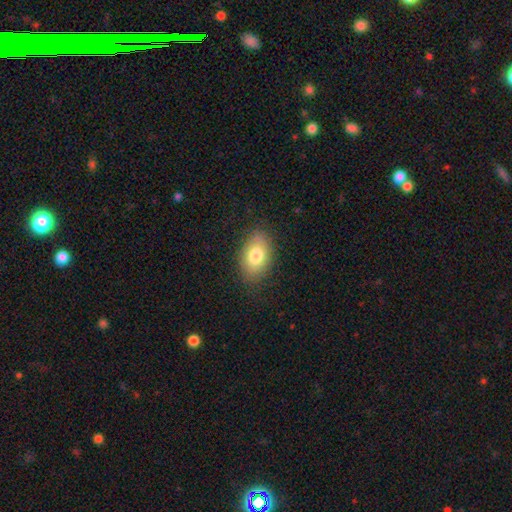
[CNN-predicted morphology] smooth_or_featured: smooth (p=0.79) [alt: featured or disk p=0.13]
how_rounded: in between (p=0.88) [alt: round p=0.11]
merging: none (p=0.82) [alt: minor disturbance p=0.13]